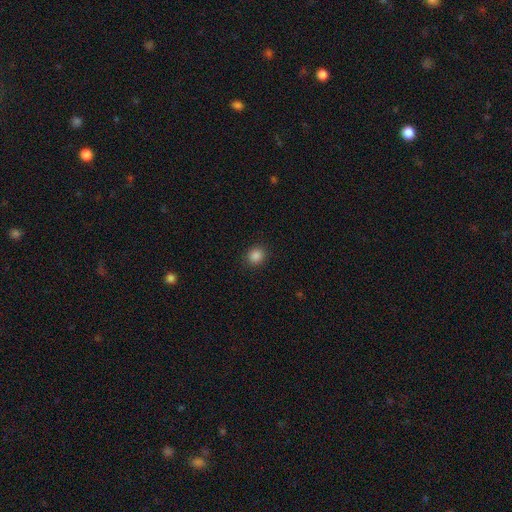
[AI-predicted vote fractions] Morphology: type=smooth (86%); roundness=round (81%); merging=none (90%).